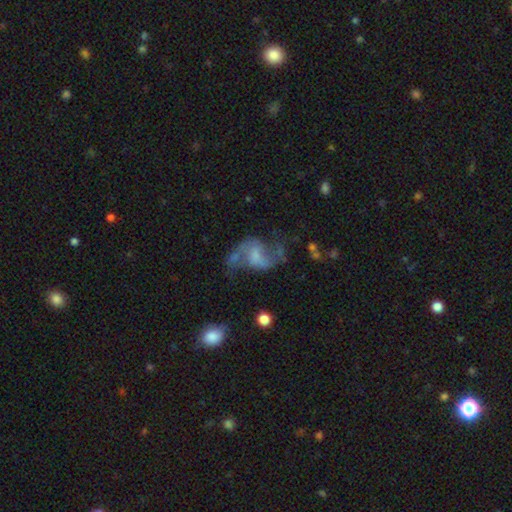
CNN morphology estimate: This is likely a featured or disk galaxy (76%). It is clearly not viewed edge-on (98%). Bar: possibly weak (47%). Spiral arm pattern: clearly yes (88%). Spiral arm count: clearly 2 (90%). Spiral winding: likely loose (66%). Central bulge: marginally small (38%). Merging: possibly none (47%).